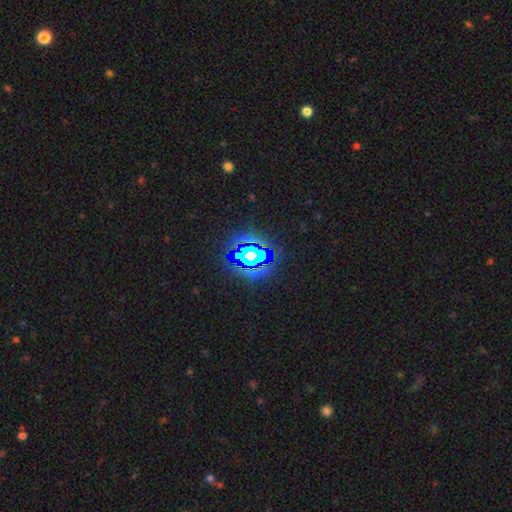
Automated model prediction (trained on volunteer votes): Q: Smooth or featured?
A: star or artifact (80%); runner-up: smooth (13%)